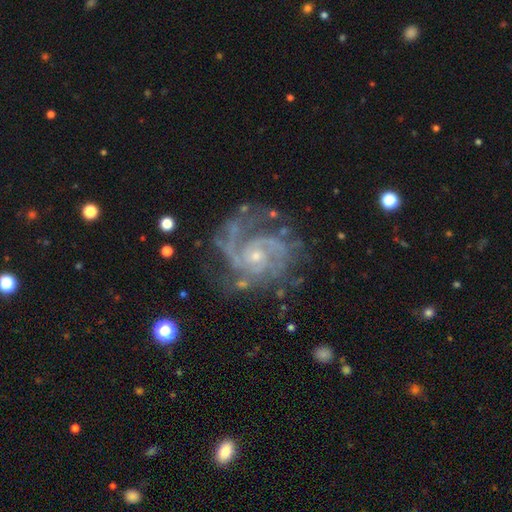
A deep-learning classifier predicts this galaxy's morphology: Smooth or featured? featured or disk (91%)
Edge-on disk? no (98%)
Bar? no (67%)
Spiral arms? yes (98%)
Spiral winding? tight (52%)
Spiral arm count? 2 (51%)
Bulge size? small (73%)
Merging? none (67%)